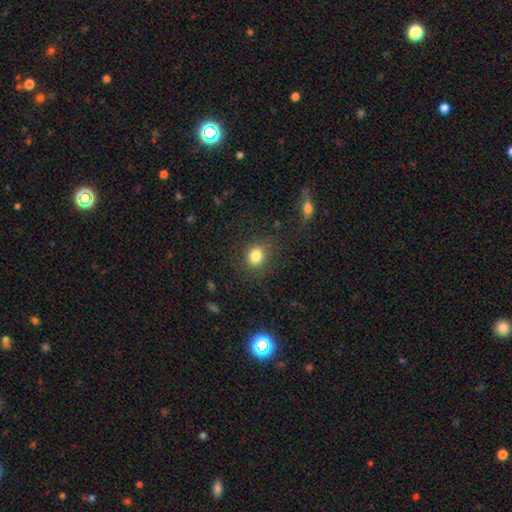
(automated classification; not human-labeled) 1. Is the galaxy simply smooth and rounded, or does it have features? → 82% smooth, 12% star or artifact, 6% featured or disk.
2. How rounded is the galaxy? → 56% round, 43% in between, 1% cigar-shaped.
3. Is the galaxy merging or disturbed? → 82% none, 12% minor disturbance, 5% major disturbance, 2% merger.